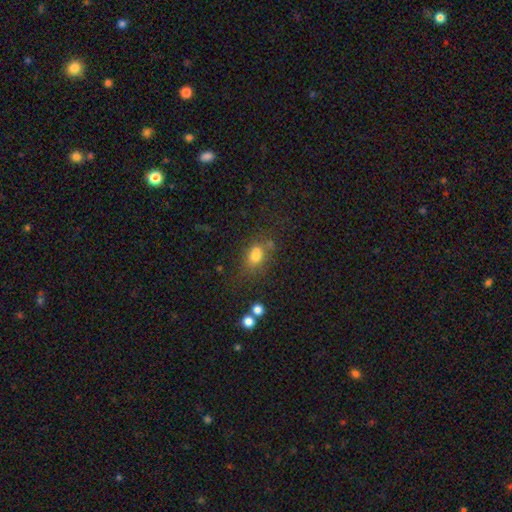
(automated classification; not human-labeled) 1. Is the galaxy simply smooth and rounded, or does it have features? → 74% smooth, 14% star or artifact, 12% featured or disk.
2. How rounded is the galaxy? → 64% in between, 33% round, 2% cigar-shaped.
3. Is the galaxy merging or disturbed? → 51% none, 21% merger, 19% minor disturbance, 9% major disturbance.